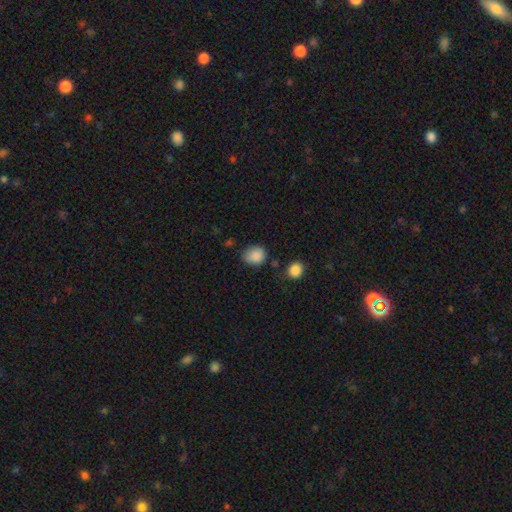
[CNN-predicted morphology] Smooth or featured? Predicted: smooth (p=0.87). How rounded? Predicted: round (p=0.65). Merging? Predicted: none (p=0.64).